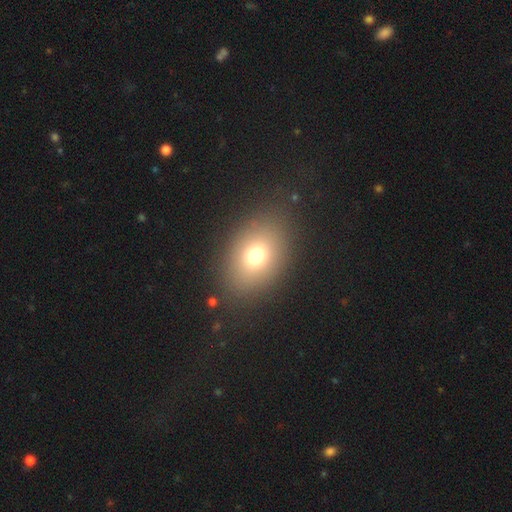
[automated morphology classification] Smooth or featured? smooth (73%)
How rounded? in between (72%)
Merging? none (84%)